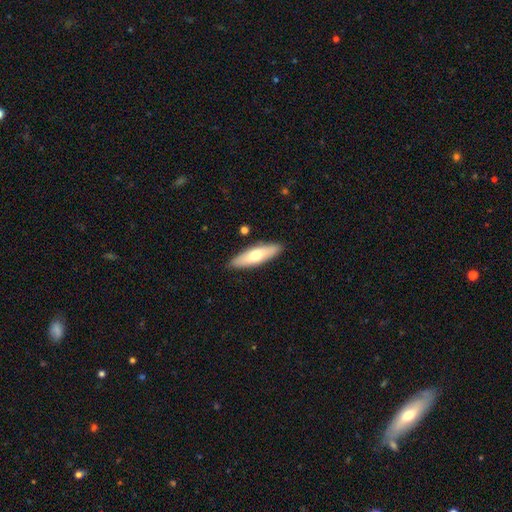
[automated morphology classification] smooth 62%, featured or disk 33%, star or artifact 6%. Down the decision tree: how rounded — cigar-shaped (57%); merging — none (87%).